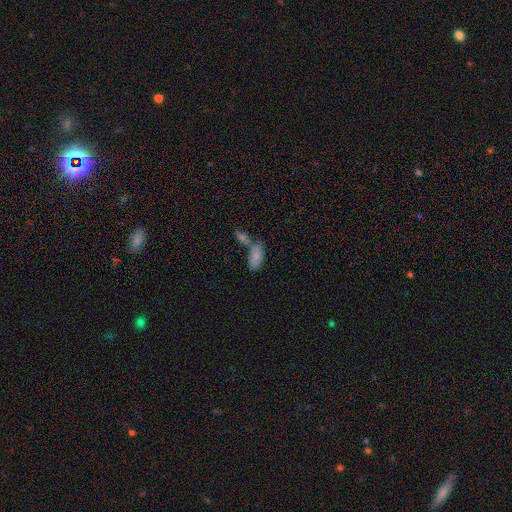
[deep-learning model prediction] The model was most divided on "merging": merger: 51%, none: 28%, minor disturbance: 13%, major disturbance: 7%. More confident: how rounded — in between (89%); smooth or featured — smooth (74%).